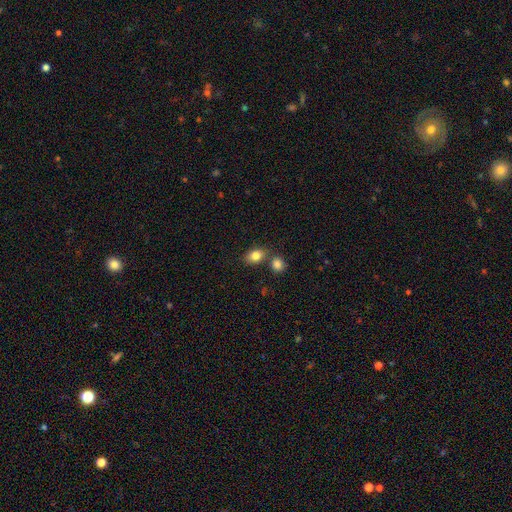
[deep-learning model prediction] Smooth or featured? Predicted: smooth (p=0.83). How rounded? Predicted: in between (p=0.74). Merging? Predicted: none (p=0.65).